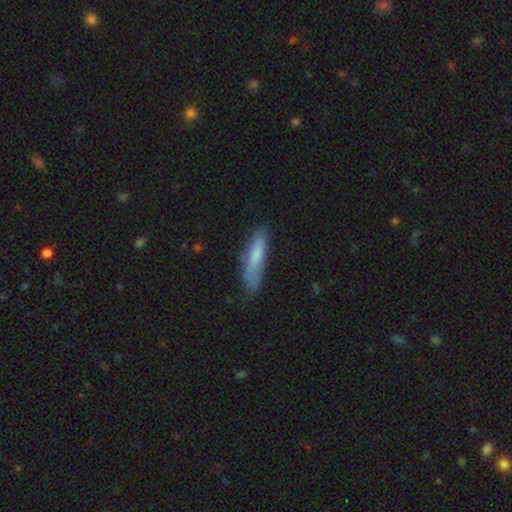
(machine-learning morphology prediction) Smooth or featured? Predicted: smooth (p=0.75). How rounded? Predicted: cigar-shaped (p=0.77). Merging? Predicted: none (p=0.63).